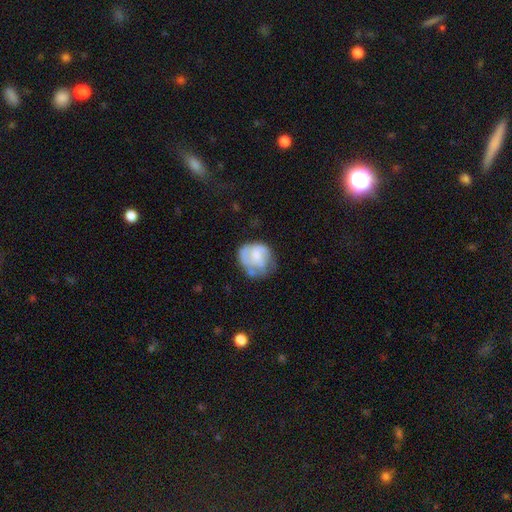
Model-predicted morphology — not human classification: Overall: smooth (51%; featured or disk 41%). How rounded: round (66%; in between 33%). Merging: none (43%; minor disturbance 31%).